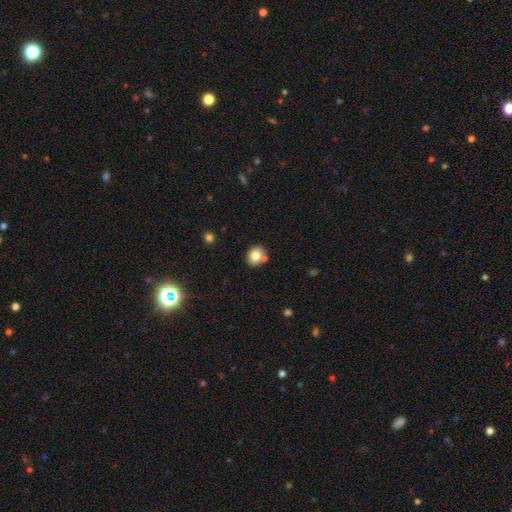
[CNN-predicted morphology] Smooth or featured? Predicted: smooth (p=0.79). How rounded? Predicted: round (p=0.74). Merging? Predicted: none (p=0.71).